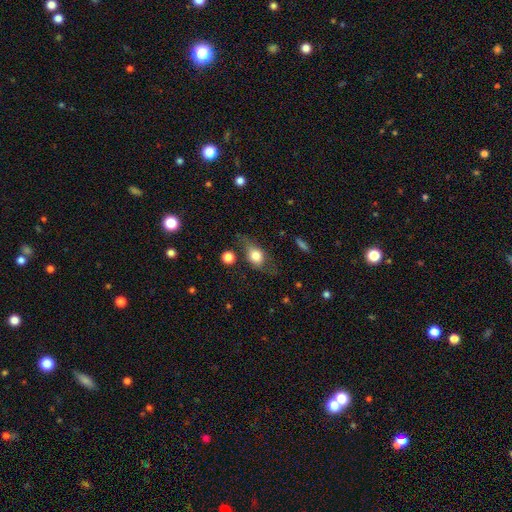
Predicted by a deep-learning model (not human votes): Smooth or featured? Predicted: smooth (p=0.66). How rounded? Predicted: in between (p=0.65). Merging? Predicted: none (p=0.54).